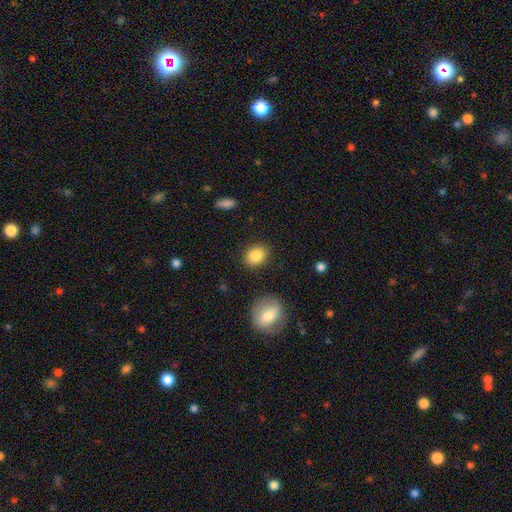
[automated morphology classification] A smooth galaxy with no disk features (85%) that is in between round and cigar-shaped (51%).

Vote fractions:
- Smooth or featured? smooth: 85% / star or artifact: 8% / featured or disk: 6%
- How rounded? in between: 51% / round: 48% / cigar-shaped: 1%
- Merging? none: 86% / minor disturbance: 9% / major disturbance: 3% / merger: 2%